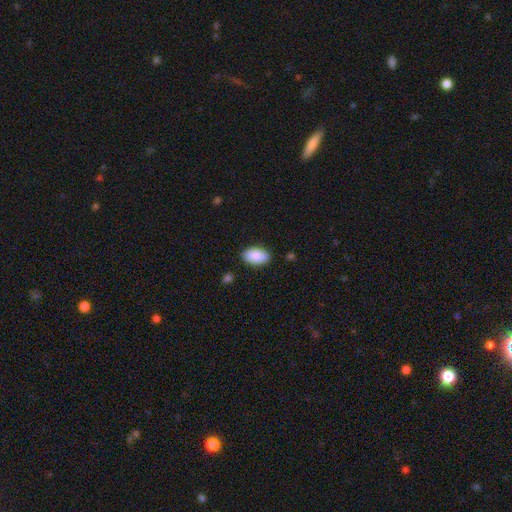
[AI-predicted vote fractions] smooth_or_featured: smooth (p=0.90) [alt: star or artifact p=0.06]
how_rounded: in between (p=0.94) [alt: round p=0.04]
merging: none (p=0.86) [alt: minor disturbance p=0.10]